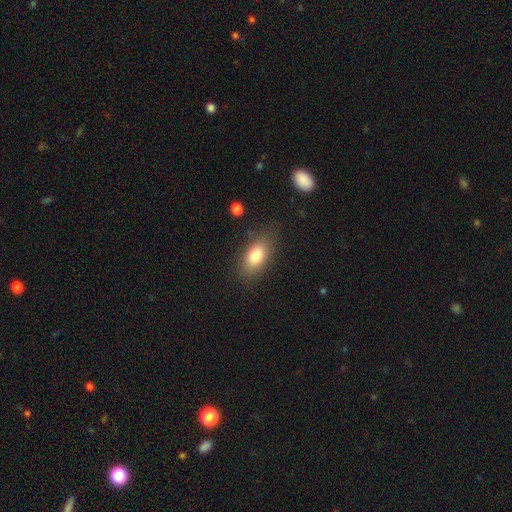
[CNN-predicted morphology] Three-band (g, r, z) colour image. It shows a smooth galaxy with no disk features (80%) that is in between round and cigar-shaped (87%). Merging: none (79%).